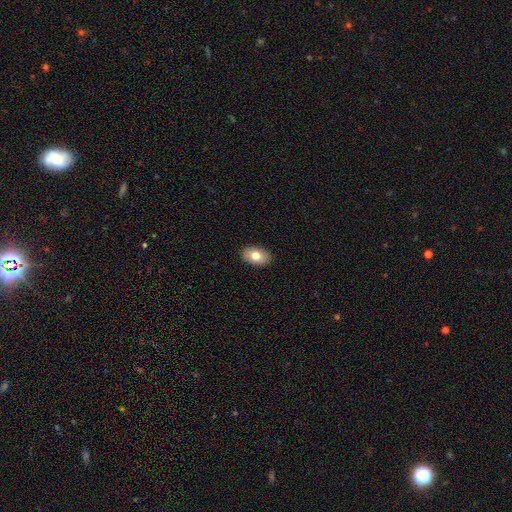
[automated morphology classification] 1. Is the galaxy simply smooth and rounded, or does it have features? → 78% smooth, 15% featured or disk, 7% star or artifact.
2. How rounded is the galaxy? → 89% in between, 10% round, 1% cigar-shaped.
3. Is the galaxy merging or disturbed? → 89% none, 8% minor disturbance, 2% major disturbance, 1% merger.